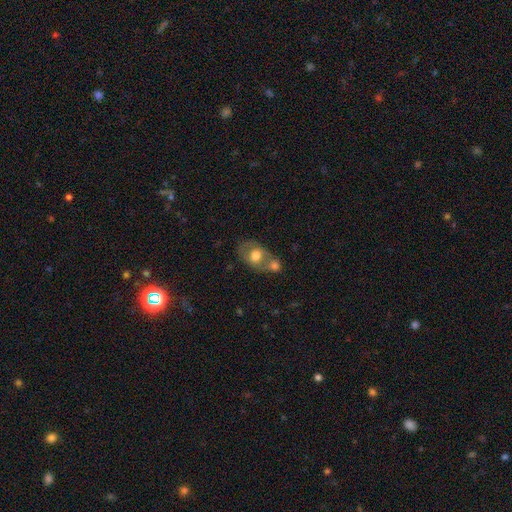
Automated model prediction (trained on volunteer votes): Smooth or featured? smooth (61%)
How rounded? in between (69%)
Merging? merger (46%)